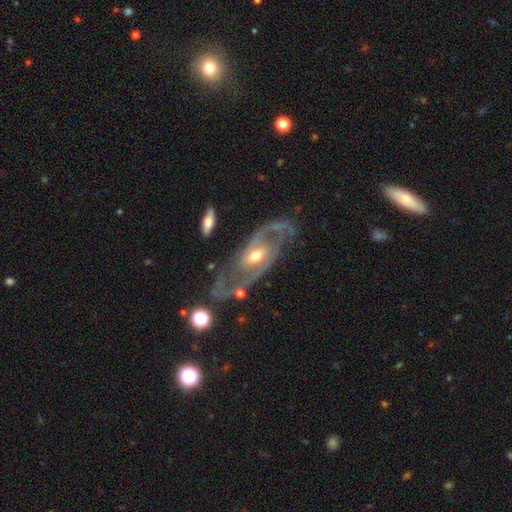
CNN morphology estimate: Q: Smooth or featured?
A: featured or disk (86%); runner-up: smooth (9%)
Q: Edge-on disk?
A: no (93%); runner-up: yes (7%)
Q: Bar?
A: no (50%); runner-up: weak (35%)
Q: Spiral arms?
A: yes (88%); runner-up: no (12%)
Q: Spiral winding?
A: medium (44%); runner-up: tight (30%)
Q: Spiral arm count?
A: 2 (76%); runner-up: can't tell (11%)
Q: Bulge size?
A: moderate (71%); runner-up: small (21%)
Q: Merging?
A: none (59%); runner-up: minor disturbance (19%)